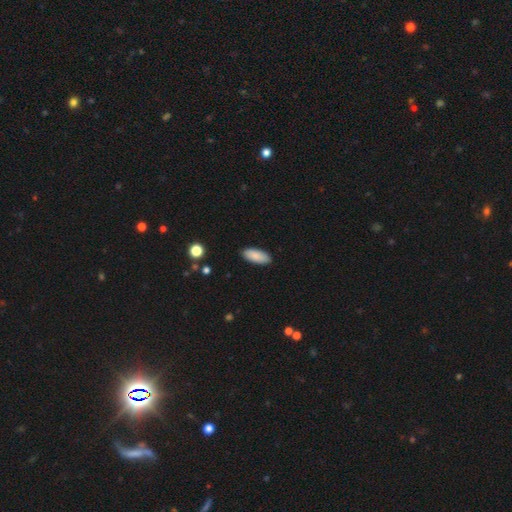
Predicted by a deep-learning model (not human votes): This is clearly a smooth galaxy (88%). How rounded: clearly in between (85%). Merging: clearly none (88%).